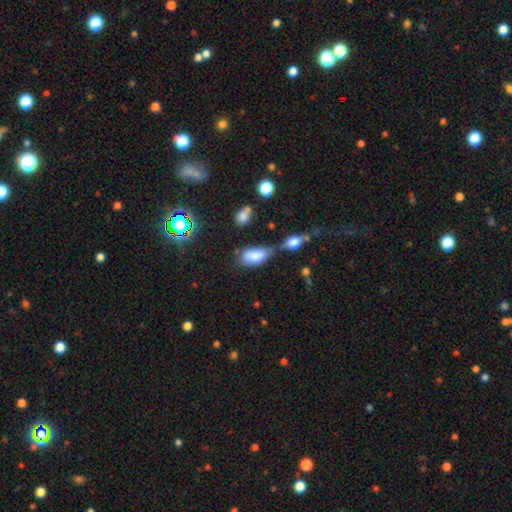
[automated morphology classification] Smooth or featured? Predicted: smooth (p=0.78). How rounded? Predicted: in between (p=0.90). Merging? Predicted: none (p=0.35).